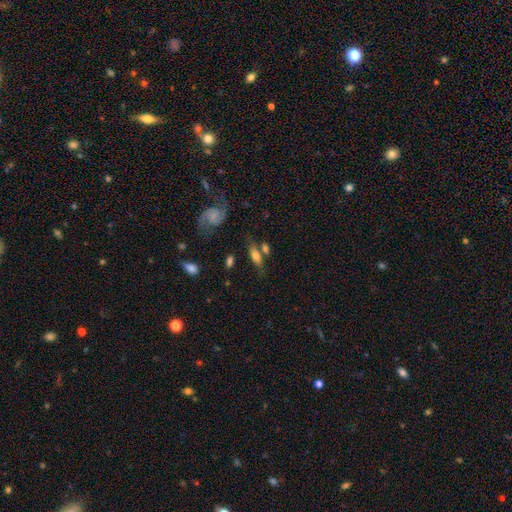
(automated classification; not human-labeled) Smooth or featured? smooth (59%)
How rounded? in between (66%)
Merging? none (56%)